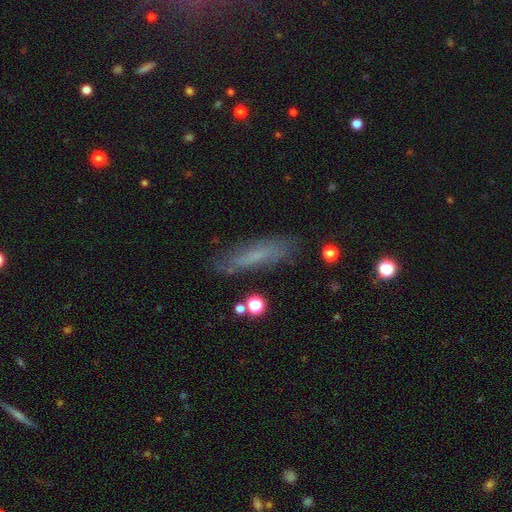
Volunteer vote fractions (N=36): smooth_or_featured: smooth (p=0.53) [alt: featured or disk p=0.42]
how_rounded: cigar-shaped (p=0.68) [alt: in between p=0.32]
merging: none (p=0.76) [alt: major disturbance p=0.12]